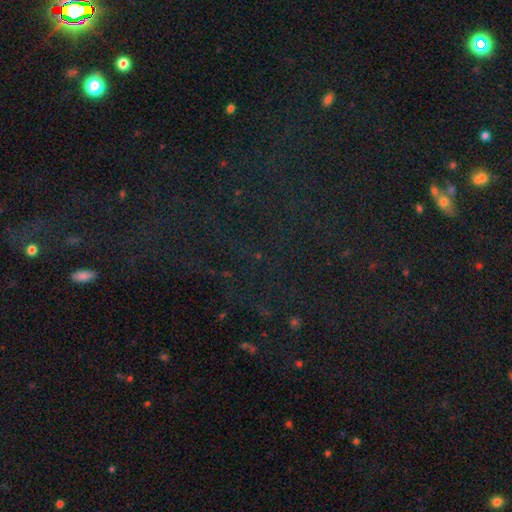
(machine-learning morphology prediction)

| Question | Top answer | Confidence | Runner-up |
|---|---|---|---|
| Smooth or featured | star or artifact | 77% | smooth (13%) |